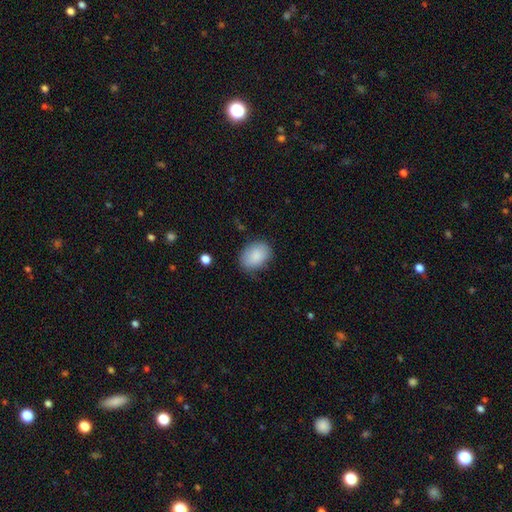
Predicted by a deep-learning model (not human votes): A smooth galaxy with no disk features (87%) that is in between round and cigar-shaped (72%).

Vote fractions:
- Smooth or featured? smooth: 87% / star or artifact: 7% / featured or disk: 6%
- How rounded? in between: 72% / round: 27% / cigar-shaped: 1%
- Merging? none: 74% / minor disturbance: 20% / major disturbance: 5% / merger: 2%